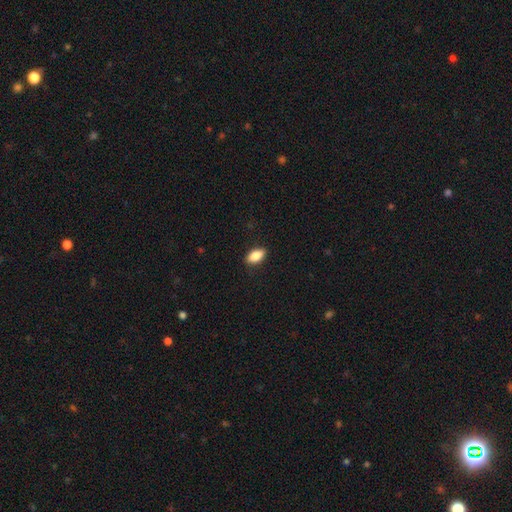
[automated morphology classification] Smooth or featured? smooth (86%)
How rounded? in between (89%)
Merging? none (88%)